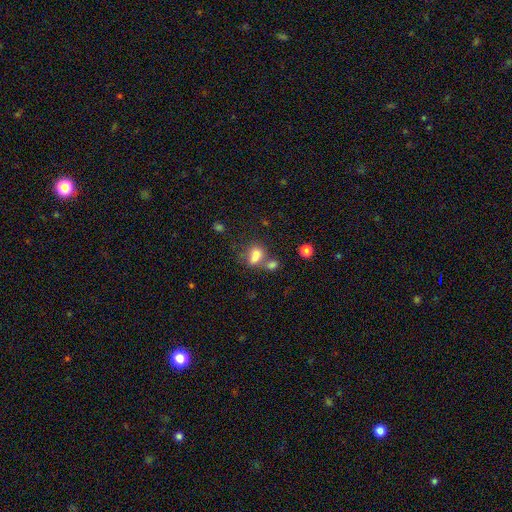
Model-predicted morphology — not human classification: A smooth galaxy with no disk features (74%) that is in between round and cigar-shaped (74%).

Vote fractions:
- Smooth or featured? smooth: 74% / featured or disk: 13% / star or artifact: 12%
- How rounded? in between: 74% / round: 23% / cigar-shaped: 3%
- Merging? merger: 45% / none: 33% / minor disturbance: 14% / major disturbance: 9%